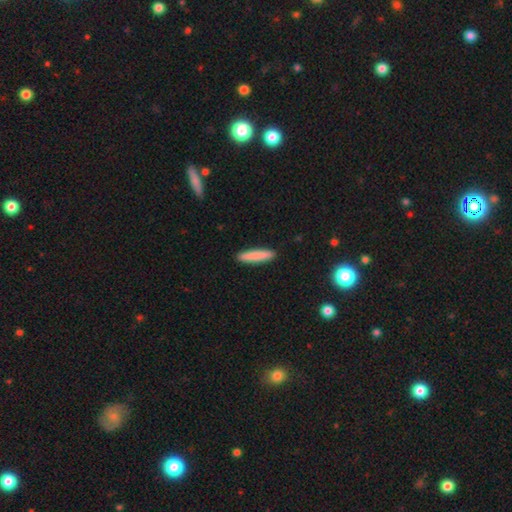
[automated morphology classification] smooth-or-featured: smooth: 85% | featured or disk: 9% | star or artifact: 6%
  how-rounded: cigar-shaped: 88% | in between: 11% | round: 1%
  merging: none: 91% | minor disturbance: 6% | major disturbance: 1% | merger: 1%